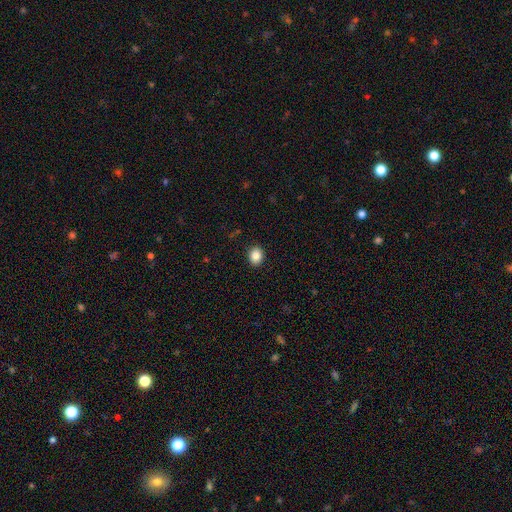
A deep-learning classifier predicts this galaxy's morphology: smooth-or-featured: smooth: 86% | star or artifact: 9% | featured or disk: 4%
  how-rounded: round: 51% | in between: 48% | cigar-shaped: 1%
  merging: none: 91% | minor disturbance: 6% | major disturbance: 2% | merger: 1%